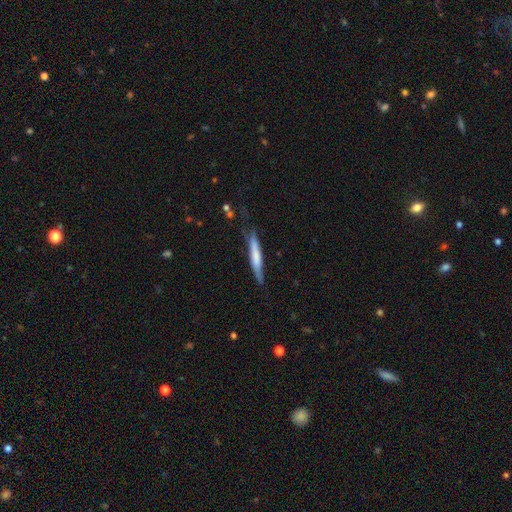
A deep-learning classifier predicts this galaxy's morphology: A smooth galaxy with no disk features (60%) that is cigar-shaped (93%). Merging: none (69%).